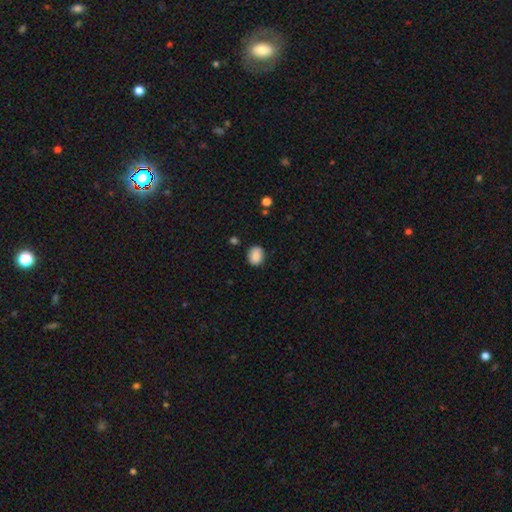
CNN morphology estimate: The model was most divided on "how rounded": round: 55%, in between: 44%, cigar-shaped: 1%. More confident: smooth or featured — smooth (87%); merging — none (82%).